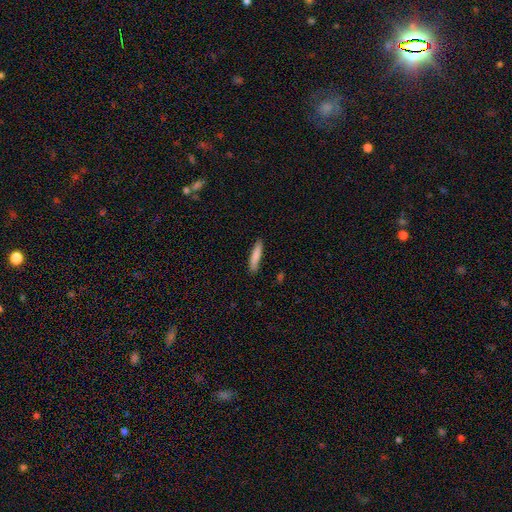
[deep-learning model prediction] This appears to be a smooth galaxy with no disk features (83%) that is cigar-shaped (88%). Merging: none (86%).